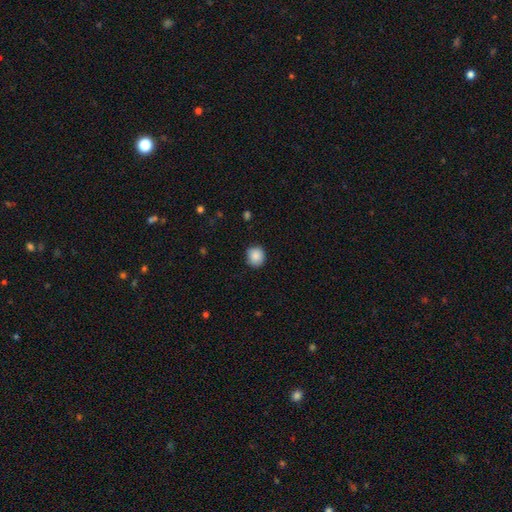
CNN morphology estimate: A smooth galaxy with no disk features (88%) that is round (87%). Merging: none (85%).